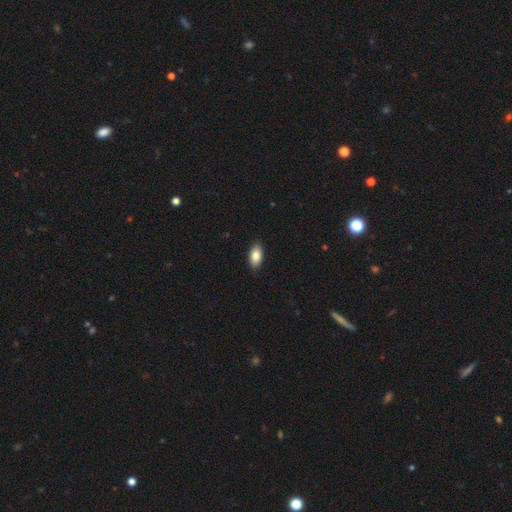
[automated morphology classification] Smooth or featured?
  - smooth: 85% *
  - featured or disk: 8%
  - star or artifact: 7%
How rounded?
  - in between: 92% *
  - cigar-shaped: 4%
  - round: 3%
Merging?
  - none: 89% *
  - minor disturbance: 8%
  - major disturbance: 2%
  - merger: 1%